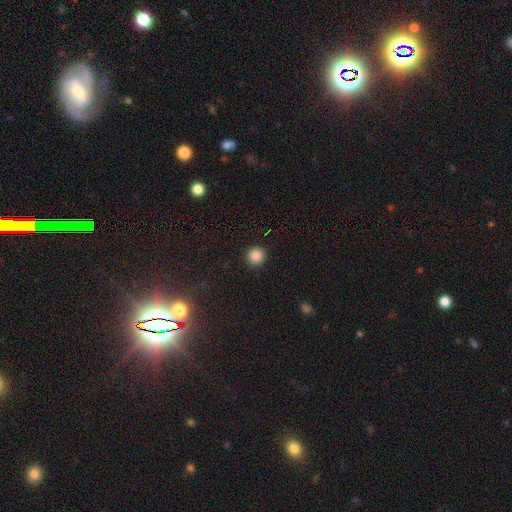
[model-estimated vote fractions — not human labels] smooth_or_featured: smooth (p=0.86) [alt: star or artifact p=0.11]
how_rounded: round (p=0.95) [alt: in between p=0.04]
merging: none (p=0.92) [alt: minor disturbance p=0.05]